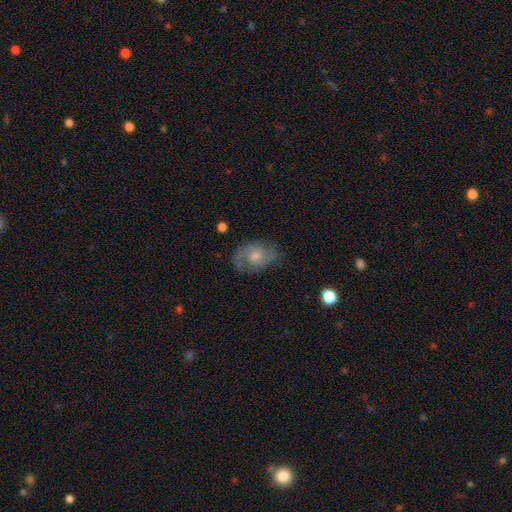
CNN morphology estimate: The model was most divided on "bulge size": moderate: 50%, small: 40%, none: 5%, large: 5%, dominant: 1%. More confident: edge-on disk — no (96%); spiral arms — yes (80%); bar — no (72%); merging — none (68%); smooth or featured — featured or disk (61%).